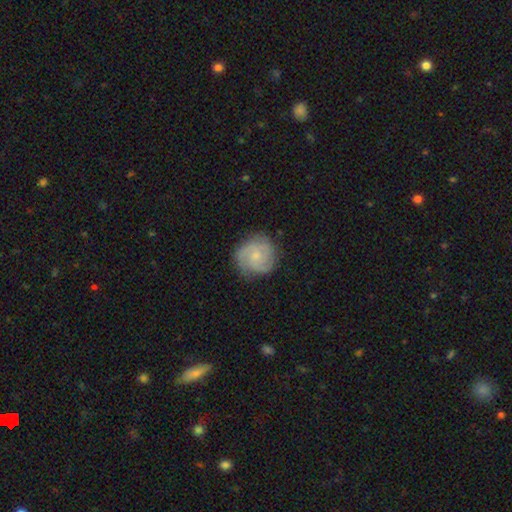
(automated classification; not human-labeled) Smooth or featured? Predicted: featured or disk (p=0.63). Edge-on disk? Predicted: no (p=0.98). Bar? Predicted: no (p=0.73). Spiral arms? Predicted: yes (p=0.92). Spiral winding? Predicted: tight (p=0.53). Spiral arm count? Predicted: 2 (p=0.37). Bulge size? Predicted: small (p=0.66). Merging? Predicted: none (p=0.78).